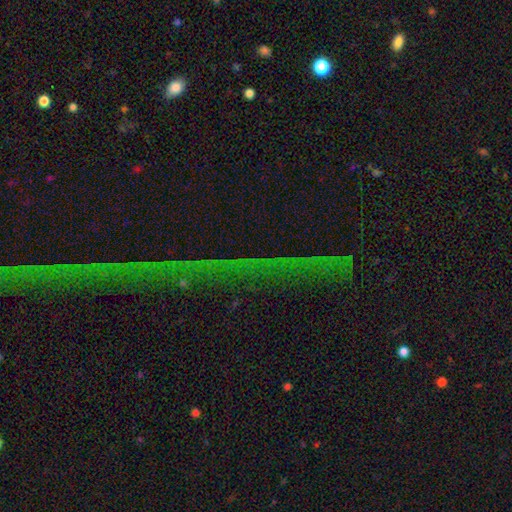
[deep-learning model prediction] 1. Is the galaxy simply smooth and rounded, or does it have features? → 79% star or artifact, 12% featured or disk, 9% smooth.